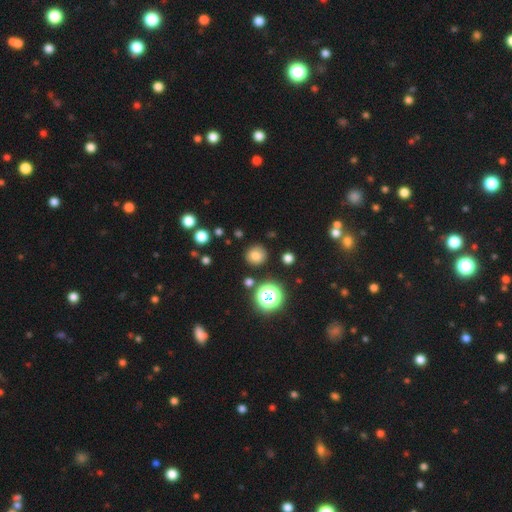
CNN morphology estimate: Q: Smooth or featured?
A: smooth (75%); runner-up: star or artifact (18%)
Q: How rounded?
A: round (90%); runner-up: in between (9%)
Q: Merging?
A: none (86%); runner-up: minor disturbance (8%)